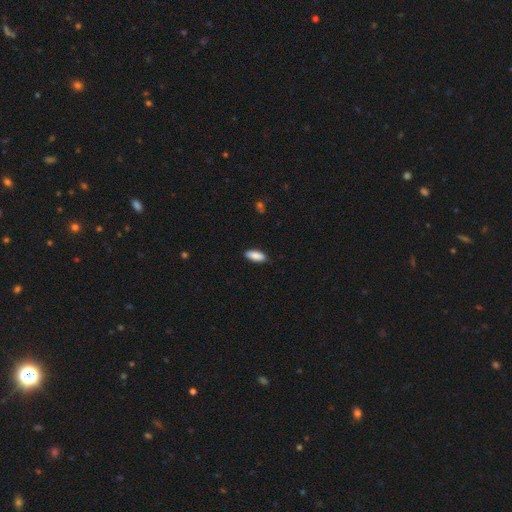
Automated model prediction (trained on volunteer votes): The model was most divided on "how rounded": in between: 80%, cigar-shaped: 18%, round: 2%. More confident: smooth or featured — smooth (89%); merging — none (86%).